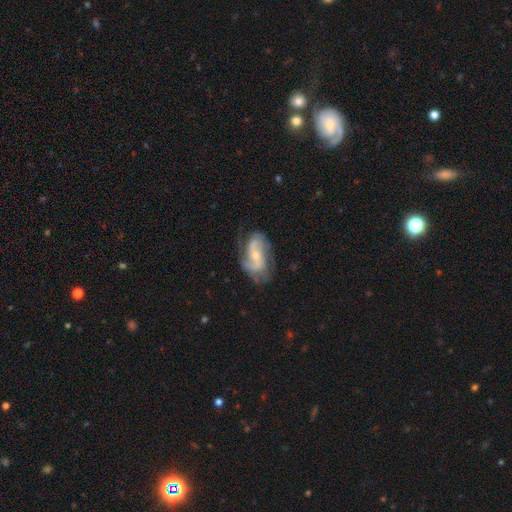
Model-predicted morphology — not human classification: smooth-or-featured: featured or disk: 81% | smooth: 13% | star or artifact: 6%
  disk-edge-on: no: 96% | yes: 4%
    bar: no: 51% | weak: 35% | strong: 14%
    has-spiral-arms: yes: 92% | no: 8%
      spiral-winding: medium: 44% | loose: 33% | tight: 23%
      spiral-arm-count: 2: 67% | can't tell: 14% | 3: 10% | 1: 3% | 4: 3% | more than 4: 2%
    bulge-size: small: 57% | moderate: 40% | large: 1% | none: 1% | dominant: 1%
  merging: none: 65% | minor disturbance: 22% | major disturbance: 11% | merger: 2%